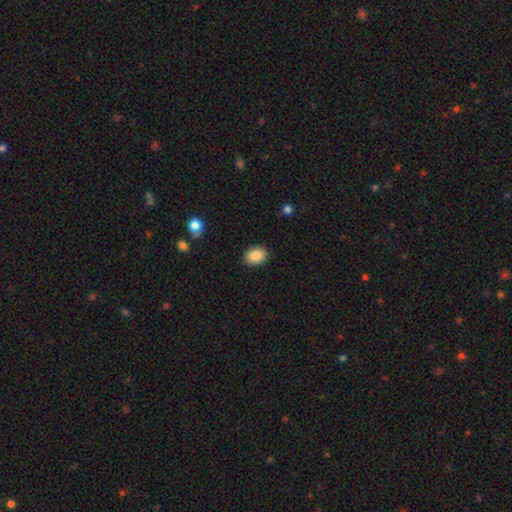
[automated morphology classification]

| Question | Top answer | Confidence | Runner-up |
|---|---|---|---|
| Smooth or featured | smooth | 86% | star or artifact (8%) |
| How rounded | in between | 65% | round (34%) |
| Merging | none | 88% | minor disturbance (8%) |